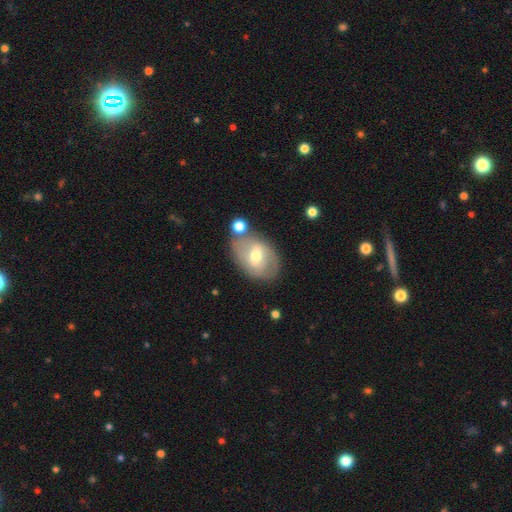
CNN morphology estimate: Smooth or featured? Predicted: featured or disk (p=0.54). Edge-on disk? Predicted: no (p=0.93). Bar? Predicted: weak (p=0.51). Spiral arms? Predicted: yes (p=0.51). Bulge size? Predicted: moderate (p=0.68). Merging? Predicted: none (p=0.65).